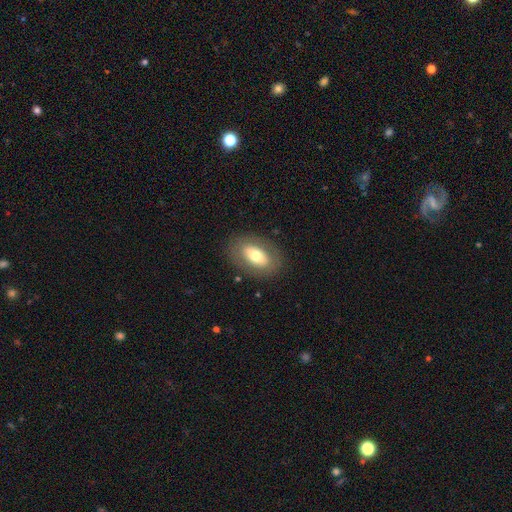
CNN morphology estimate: Smooth or featured? Predicted: smooth (p=0.63). How rounded? Predicted: in between (p=0.89). Merging? Predicted: none (p=0.84).